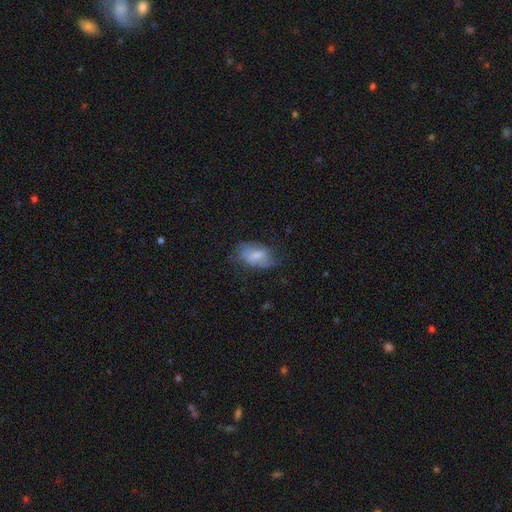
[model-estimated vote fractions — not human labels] Q: Smooth or featured?
A: smooth (47%); runner-up: featured or disk (45%)
Q: Merging?
A: none (53%); runner-up: minor disturbance (28%)